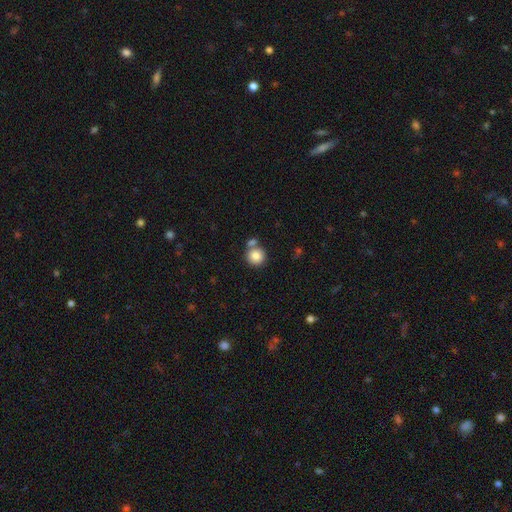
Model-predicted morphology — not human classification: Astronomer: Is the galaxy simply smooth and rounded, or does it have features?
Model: smooth — 83%.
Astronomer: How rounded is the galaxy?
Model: round — 93%.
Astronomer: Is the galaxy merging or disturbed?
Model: none — 64%.